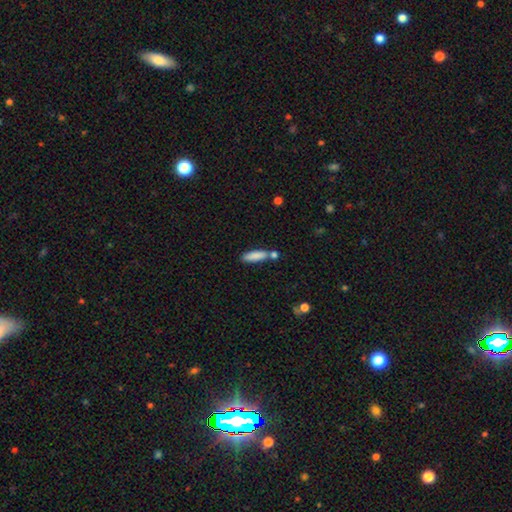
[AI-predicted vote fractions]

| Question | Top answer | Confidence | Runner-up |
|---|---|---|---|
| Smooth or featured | smooth | 84% | featured or disk (9%) |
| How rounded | cigar-shaped | 59% | in between (39%) |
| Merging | none | 66% | merger (17%) |